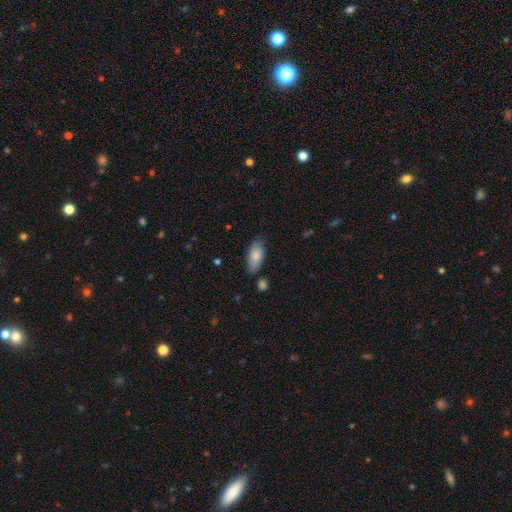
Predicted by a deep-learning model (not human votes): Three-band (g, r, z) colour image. It shows a smooth galaxy with no disk features (83%) that is in between round and cigar-shaped (89%). Merging: none (77%).